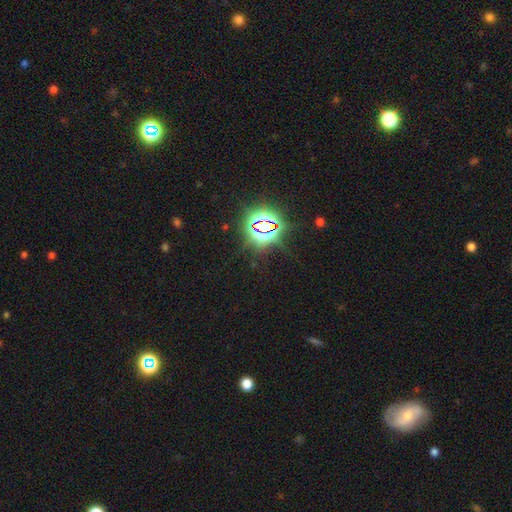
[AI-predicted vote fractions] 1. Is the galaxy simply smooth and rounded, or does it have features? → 80% star or artifact, 14% smooth, 7% featured or disk.